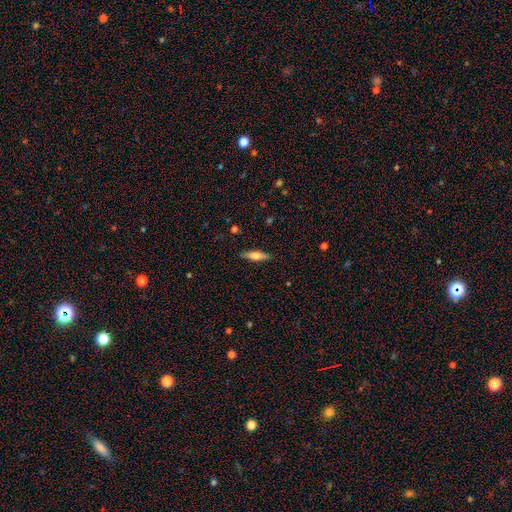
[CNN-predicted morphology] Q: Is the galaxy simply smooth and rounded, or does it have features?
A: smooth — 61%.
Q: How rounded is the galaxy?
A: cigar-shaped — 67%.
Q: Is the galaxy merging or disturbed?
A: none — 89%.